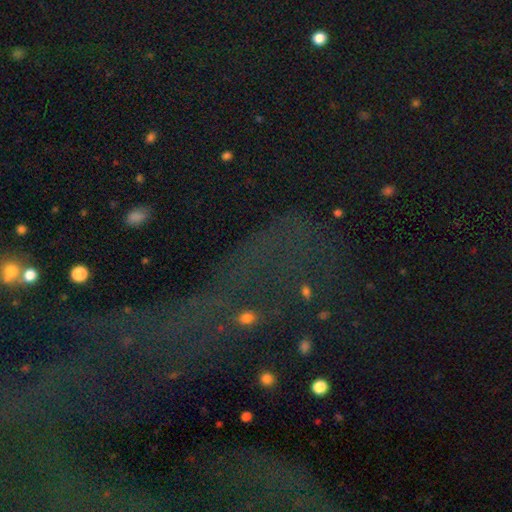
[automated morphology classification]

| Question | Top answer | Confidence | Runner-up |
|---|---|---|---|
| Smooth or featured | star or artifact | 63% | featured or disk (19%) |